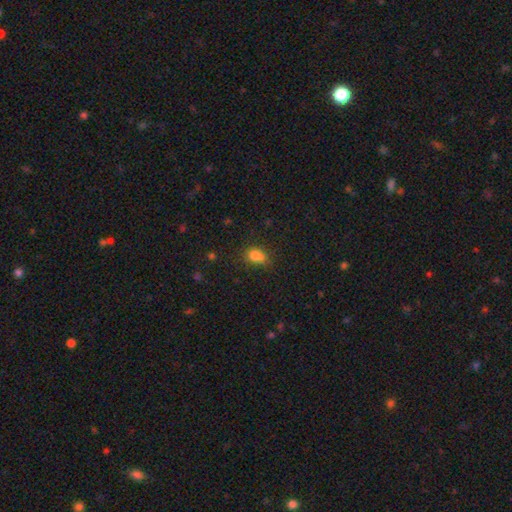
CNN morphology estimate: smooth-or-featured: smooth: 79% | star or artifact: 14% | featured or disk: 8%
  how-rounded: in between: 71% | round: 26% | cigar-shaped: 3%
  merging: none: 54% | minor disturbance: 24% | merger: 12% | major disturbance: 9%